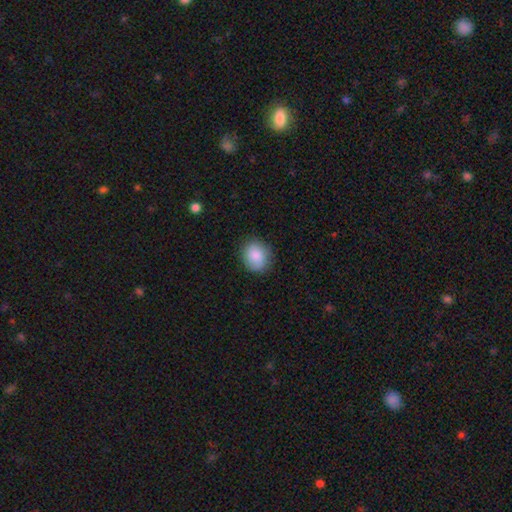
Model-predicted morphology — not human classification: smooth 84%, featured or disk 9%, star or artifact 7%. Down the decision tree: how rounded — round (61%); merging — none (83%).